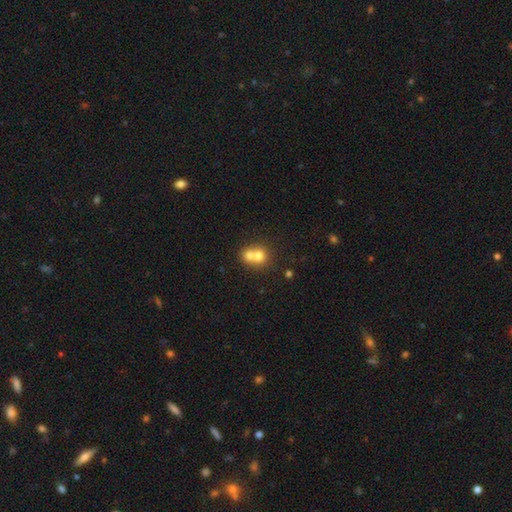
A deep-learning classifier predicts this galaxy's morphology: Smooth or featured?
  - smooth: 70% *
  - featured or disk: 19%
  - star or artifact: 11%
How rounded?
  - round: 79% *
  - in between: 20%
  - cigar-shaped: 1%
Merging?
  - merger: 67% *
  - none: 27%
  - minor disturbance: 4%
  - major disturbance: 2%